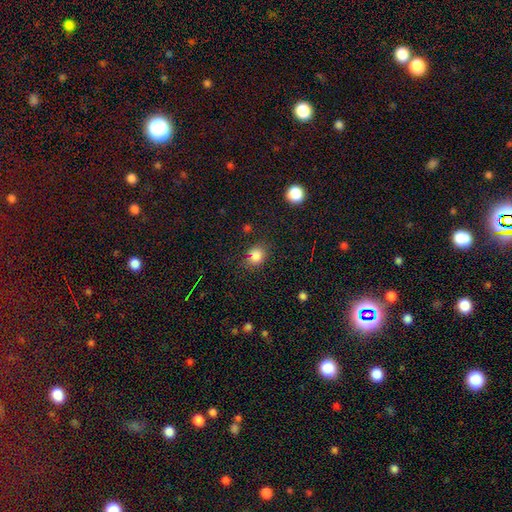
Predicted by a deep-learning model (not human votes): A smooth galaxy with no disk features (83%) that is round (61%). Merging: none (77%).